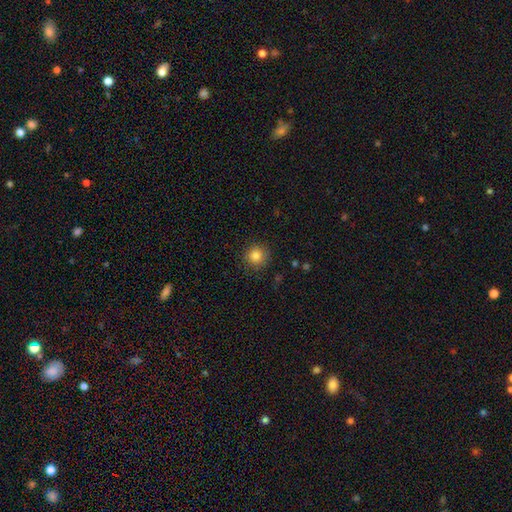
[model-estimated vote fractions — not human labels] Smooth or featured? Predicted: smooth (p=0.83). How rounded? Predicted: round (p=0.93). Merging? Predicted: none (p=0.89).